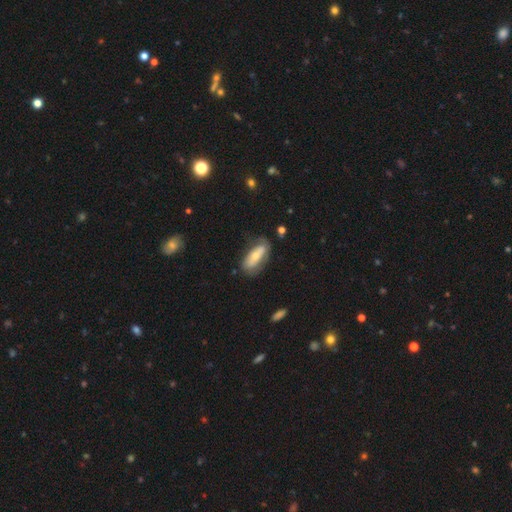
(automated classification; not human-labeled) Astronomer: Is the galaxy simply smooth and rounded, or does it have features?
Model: smooth — 52% (runner-up: featured or disk, 41%).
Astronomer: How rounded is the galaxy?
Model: in between — 75%.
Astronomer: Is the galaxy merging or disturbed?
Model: none — 62%.